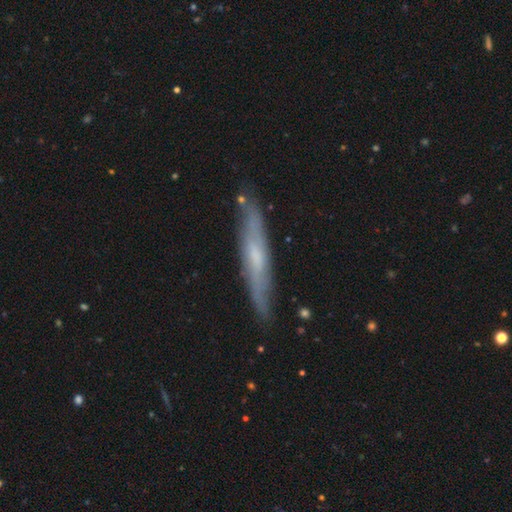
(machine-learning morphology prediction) This appears to be a featured or disk galaxy (57%) viewed edge-on (78%). Merging: none (81%).